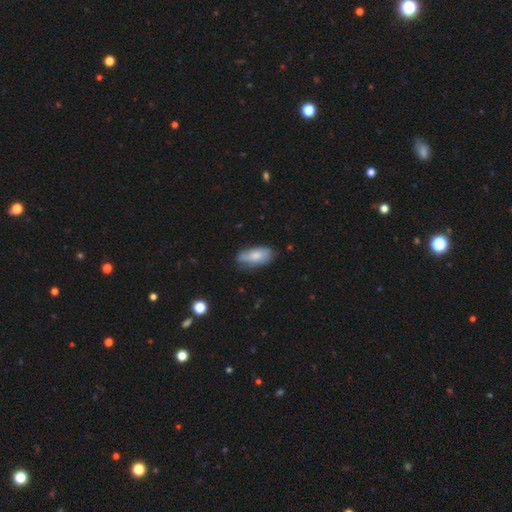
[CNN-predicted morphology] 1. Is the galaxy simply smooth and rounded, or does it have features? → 73% smooth, 20% featured or disk, 7% star or artifact.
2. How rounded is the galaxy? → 85% in between, 13% cigar-shaped, 2% round.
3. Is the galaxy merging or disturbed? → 55% none, 34% minor disturbance, 9% major disturbance, 2% merger.